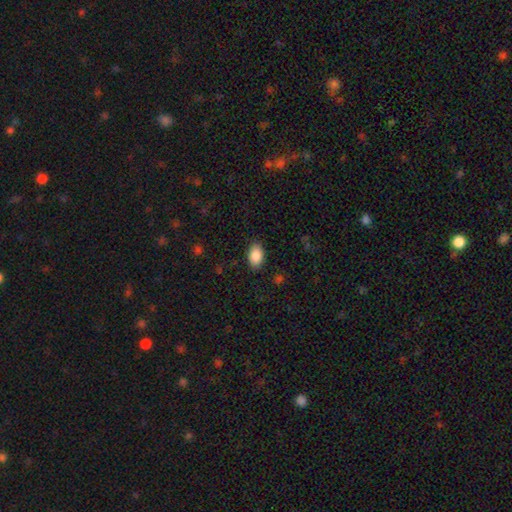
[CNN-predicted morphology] Smooth or featured?
  - smooth: 88% *
  - star or artifact: 7%
  - featured or disk: 4%
How rounded?
  - in between: 91% *
  - round: 8%
  - cigar-shaped: 1%
Merging?
  - none: 87% *
  - minor disturbance: 10%
  - major disturbance: 3%
  - merger: 1%